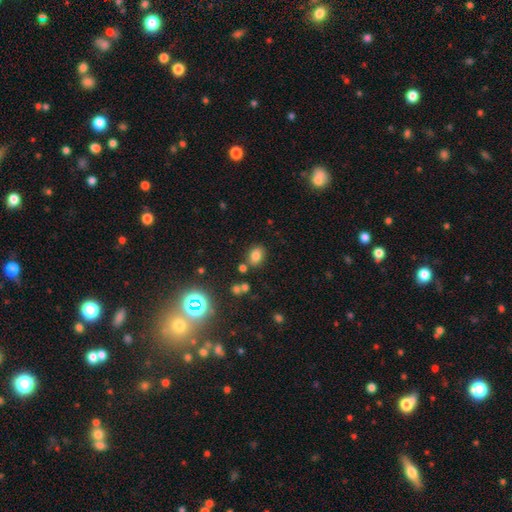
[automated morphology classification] smooth_or_featured: smooth (p=0.78) [alt: star or artifact p=0.15]
how_rounded: in between (p=0.70) [alt: round p=0.29]
merging: none (p=0.78) [alt: minor disturbance p=0.12]